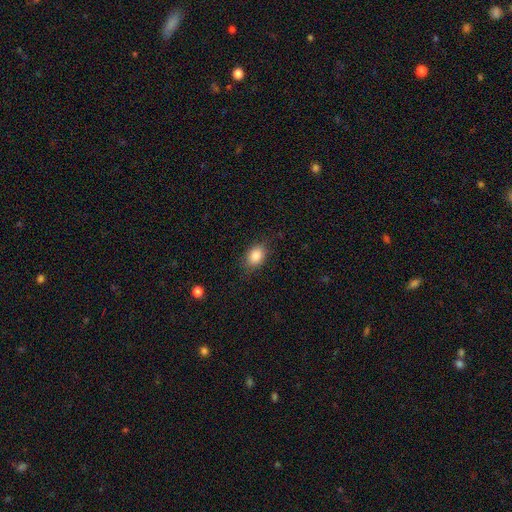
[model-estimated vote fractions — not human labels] Q: Smooth or featured?
A: smooth (85%); runner-up: star or artifact (9%)
Q: How rounded?
A: in between (75%); runner-up: round (24%)
Q: Merging?
A: none (81%); runner-up: minor disturbance (14%)